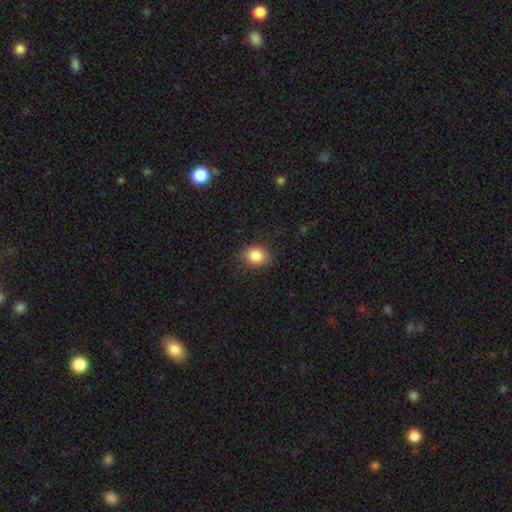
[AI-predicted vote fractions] smooth_or_featured: smooth (p=0.87) [alt: star or artifact p=0.09]
how_rounded: round (p=0.53) [alt: in between p=0.46]
merging: none (p=0.84) [alt: minor disturbance p=0.11]